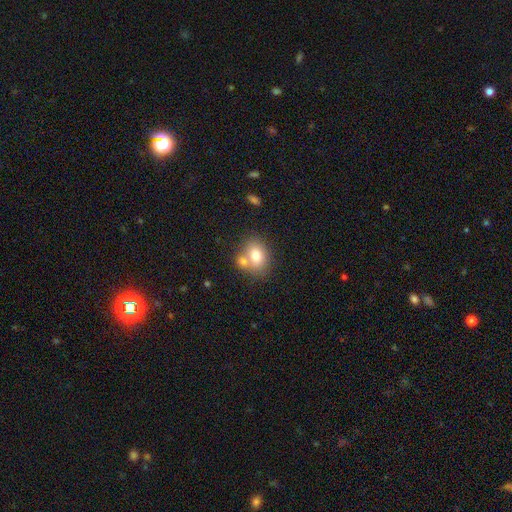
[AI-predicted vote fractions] Morphology: type=smooth (76%); roundness=in between (62%); merging=none (48%).